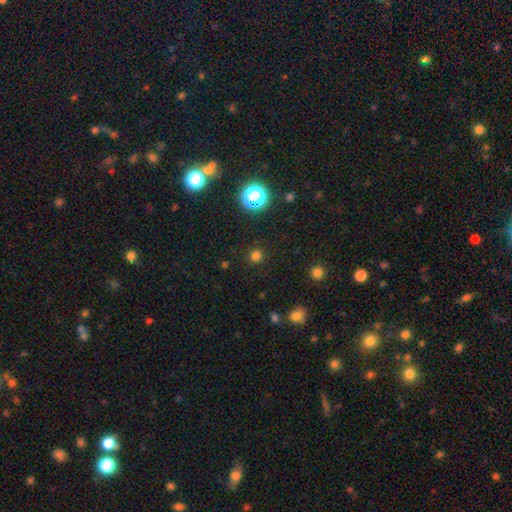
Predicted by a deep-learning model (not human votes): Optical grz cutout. It shows a smooth galaxy with no disk features (73%) that is round (94%). Merging: none (89%).